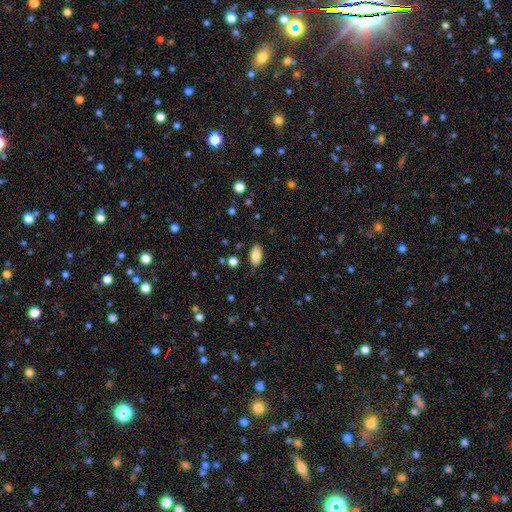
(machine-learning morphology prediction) Q: Smooth or featured?
A: smooth (82%); runner-up: featured or disk (10%)
Q: How rounded?
A: in between (93%); runner-up: round (3%)
Q: Merging?
A: none (85%); runner-up: minor disturbance (11%)